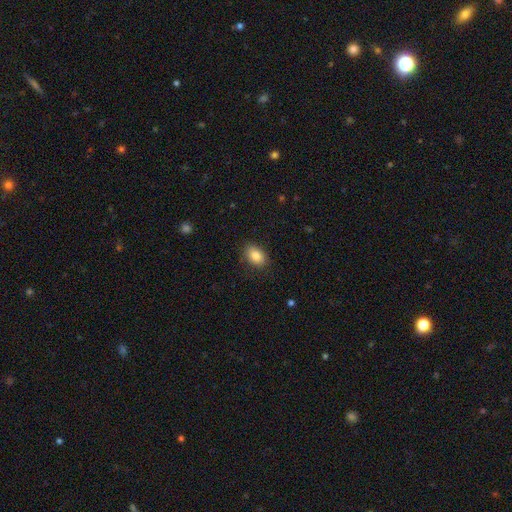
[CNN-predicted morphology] Smooth or featured?
  - smooth: 85% *
  - star or artifact: 8%
  - featured or disk: 6%
How rounded?
  - in between: 83% *
  - round: 16%
  - cigar-shaped: 1%
Merging?
  - none: 84% *
  - minor disturbance: 12%
  - major disturbance: 3%
  - merger: 1%